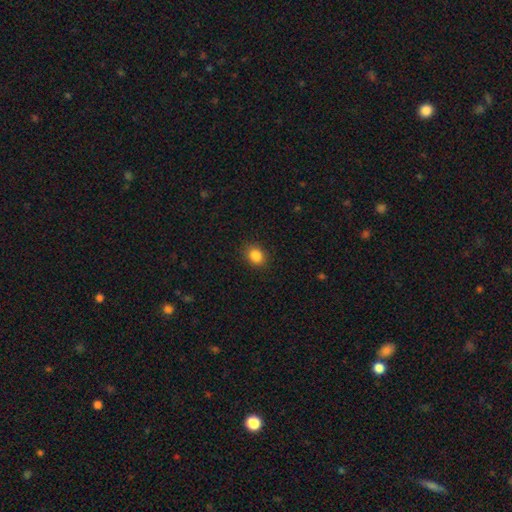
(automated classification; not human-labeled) Smooth or featured? smooth (86%)
How rounded? round (61%)
Merging? none (88%)